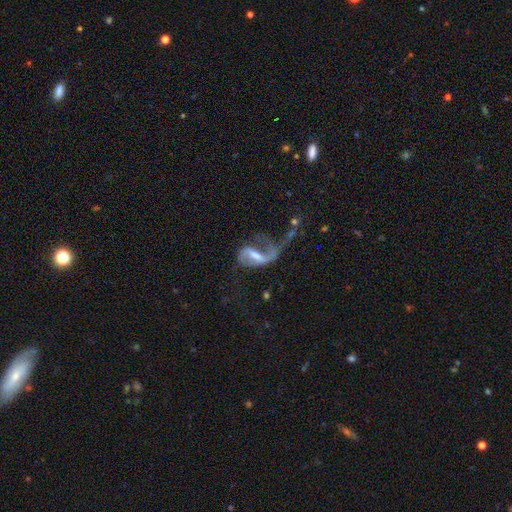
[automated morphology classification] Smooth or featured? featured or disk (77%)
Edge-on disk? no (95%)
Bar? weak (43%)
Spiral arms? yes (82%)
Spiral winding? loose (75%)
Spiral arm count? 2 (58%)
Bulge size? moderate (41%)
Merging? major disturbance (54%)